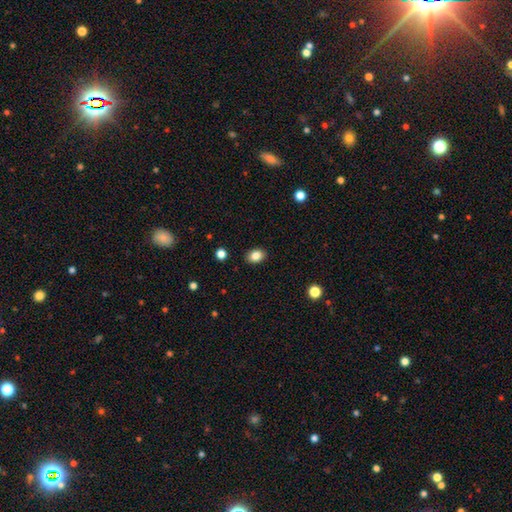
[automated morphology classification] Overall: smooth (84%). How rounded: in between (66%; round 33%). Merging: none (89%).